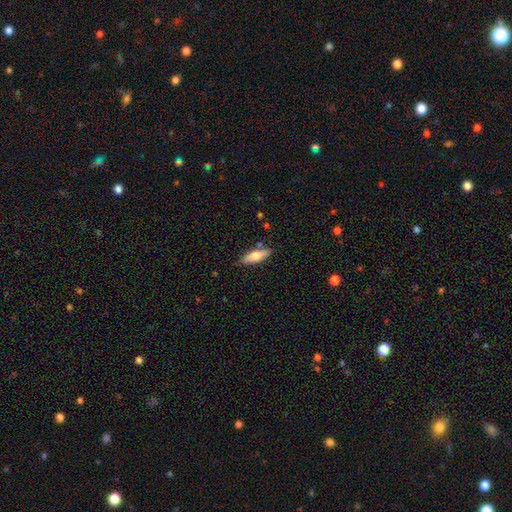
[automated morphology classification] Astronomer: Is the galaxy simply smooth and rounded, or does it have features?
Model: smooth — 67%.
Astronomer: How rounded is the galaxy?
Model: cigar-shaped — 51% (runner-up: in between, 47%).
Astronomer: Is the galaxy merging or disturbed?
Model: none — 80%.